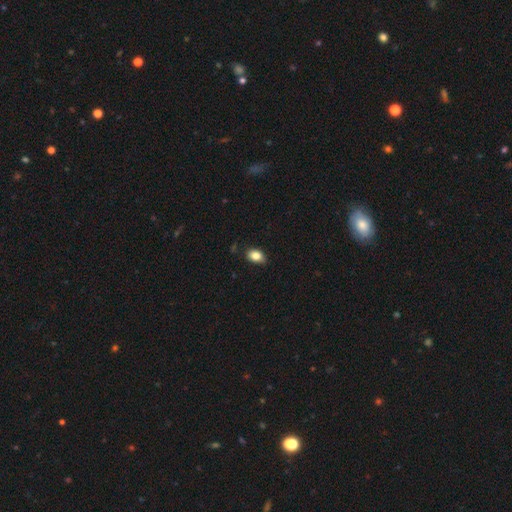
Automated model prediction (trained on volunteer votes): Q: Smooth or featured?
A: smooth (85%); runner-up: star or artifact (8%)
Q: How rounded?
A: in between (80%); runner-up: round (18%)
Q: Merging?
A: none (81%); runner-up: minor disturbance (16%)